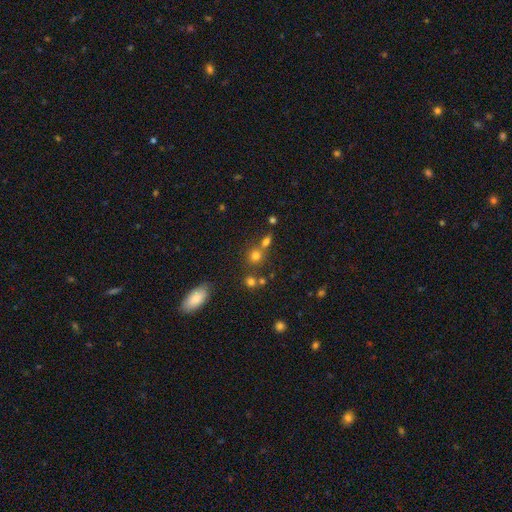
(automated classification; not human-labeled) Smooth or featured: smooth — 70% (star or artifact — 19%)
How rounded: round — 84% (in between — 15%)
Merging: none — 56% (merger — 32%)